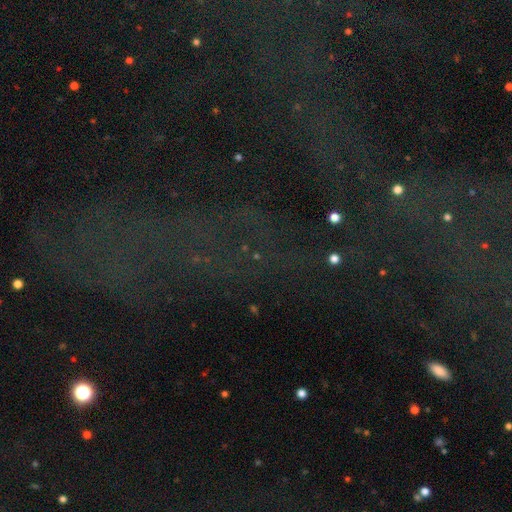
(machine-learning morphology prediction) star or artifact 74%, featured or disk 14%, smooth 13%.